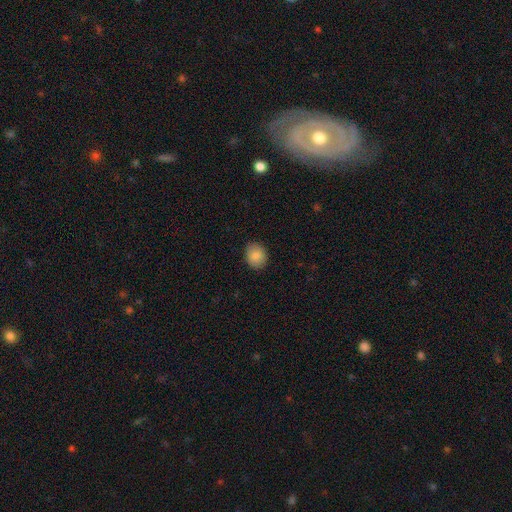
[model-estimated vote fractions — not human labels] A smooth galaxy with no disk features (86%) that is round (56%). Merging: none (88%).